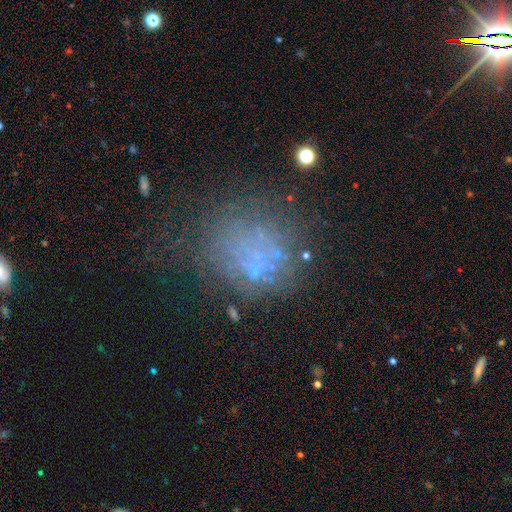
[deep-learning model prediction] Smooth or featured?
  - smooth: 36% *
  - featured or disk: 33%
  - star or artifact: 31%
Merging?
  - none: 58% *
  - major disturbance: 19%
  - minor disturbance: 18%
  - merger: 6%